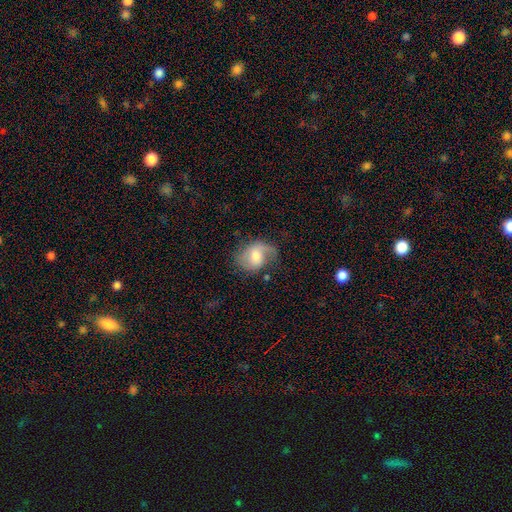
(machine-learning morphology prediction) The model was most divided on "bar": no: 46%, weak: 43%, strong: 11%. Remaining: edge-on disk — no (97%); spiral arms — yes (87%); spiral arm count — 2 (66%); bulge size — moderate (64%); smooth or featured — featured or disk (60%); merging — none (55%); spiral winding — loose (47%).